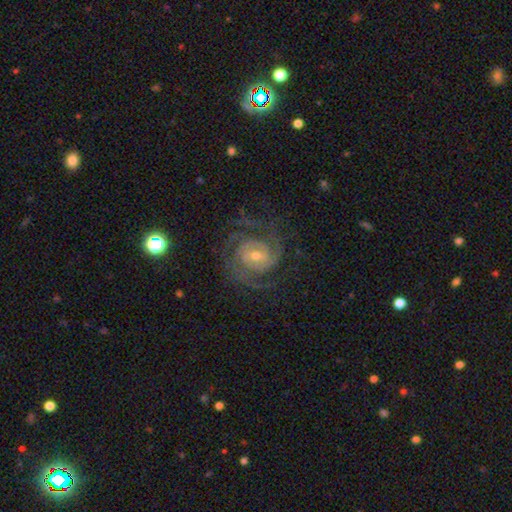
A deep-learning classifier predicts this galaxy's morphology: smooth-or-featured: featured or disk: 90% | star or artifact: 5% | smooth: 5%
  disk-edge-on: no: 98% | yes: 2%
    bar: no: 44% (tied) | weak: 44% (tied) | strong: 13%
    has-spiral-arms: yes: 98% | no: 2%
      spiral-winding: tight: 62% | medium: 32% | loose: 6%
      spiral-arm-count: 2: 44% | 3: 22% | can't tell: 16% | 4: 8% | 1: 5% | more than 4: 5%
    bulge-size: small: 51% | moderate: 44% | large: 2% | none: 1% | dominant: 1%
  merging: none: 71% | minor disturbance: 15% | major disturbance: 13% | merger: 1%